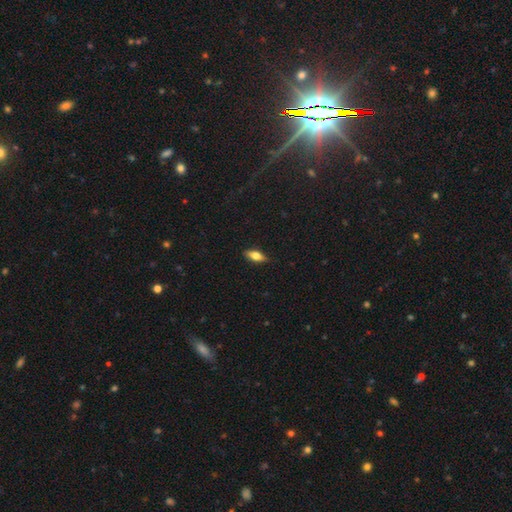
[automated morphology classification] A smooth galaxy with no disk features (59%) that is in between round and cigar-shaped (70%).

Vote fractions:
- Smooth or featured? smooth: 59% / featured or disk: 33% / star or artifact: 7%
- How rounded? in between: 70% / cigar-shaped: 26% / round: 4%
- Merging? none: 87% / minor disturbance: 10% / major disturbance: 2% / merger: 1%